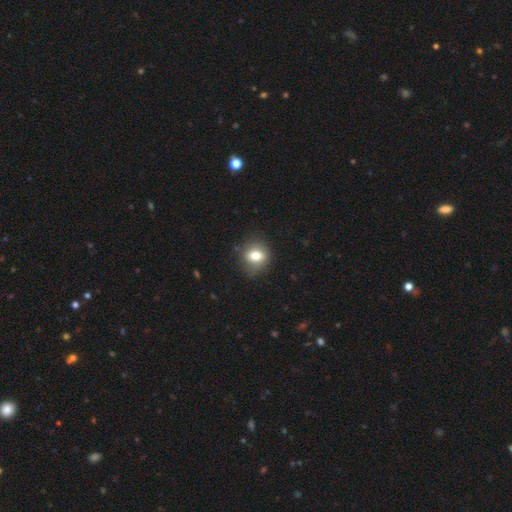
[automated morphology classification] Overall: smooth (74%). How rounded: round (64%; in between 35%). Merging: none (76%).